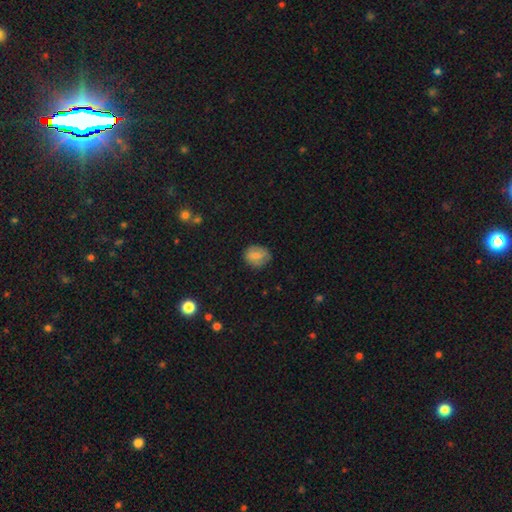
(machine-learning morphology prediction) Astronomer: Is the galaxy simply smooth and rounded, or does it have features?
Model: smooth — 70%.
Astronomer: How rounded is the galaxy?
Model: round — 63%.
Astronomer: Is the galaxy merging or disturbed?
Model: none — 76%.